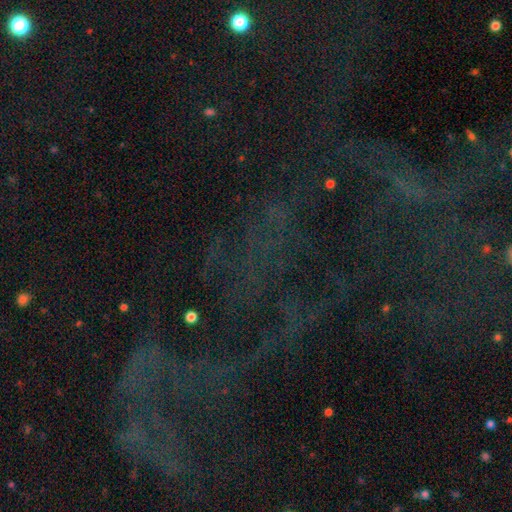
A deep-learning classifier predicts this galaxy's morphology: This is likely a star or artifact rather than a galaxy (72%).